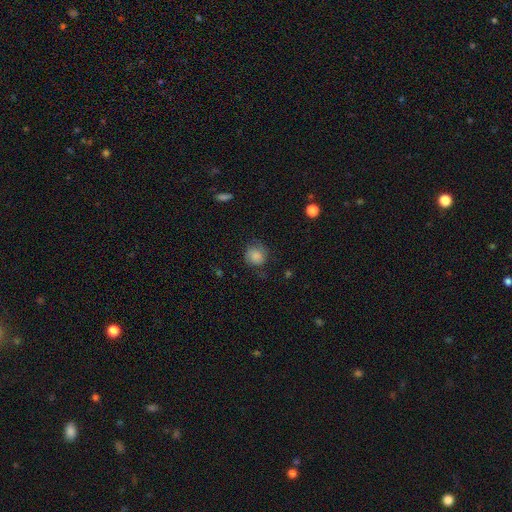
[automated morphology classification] A smooth galaxy with no disk features (76%) that is round (80%).

Vote fractions:
- Smooth or featured? smooth: 76% / featured or disk: 15% / star or artifact: 9%
- How rounded? round: 80% / in between: 19% / cigar-shaped: 1%
- Merging? none: 63% / minor disturbance: 24% / major disturbance: 11% / merger: 2%